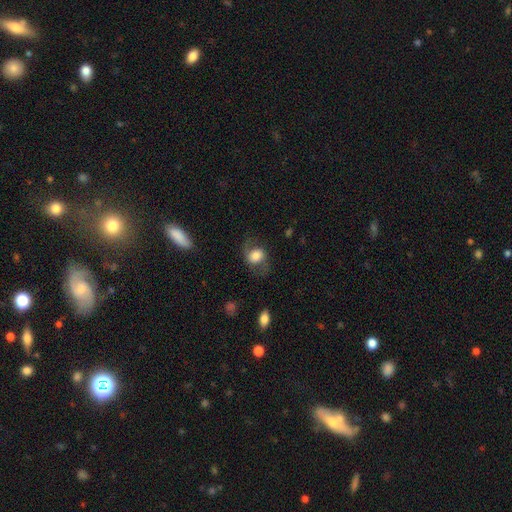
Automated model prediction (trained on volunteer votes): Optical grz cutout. It shows a smooth galaxy with no disk features (53%) that is round (52%). Merging: none (65%).